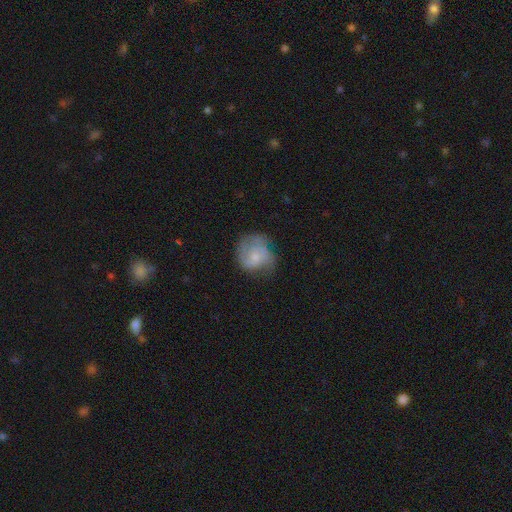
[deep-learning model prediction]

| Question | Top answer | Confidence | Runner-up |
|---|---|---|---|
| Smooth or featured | smooth | 50% | featured or disk (42%) |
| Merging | none | 51% | minor disturbance (29%) |